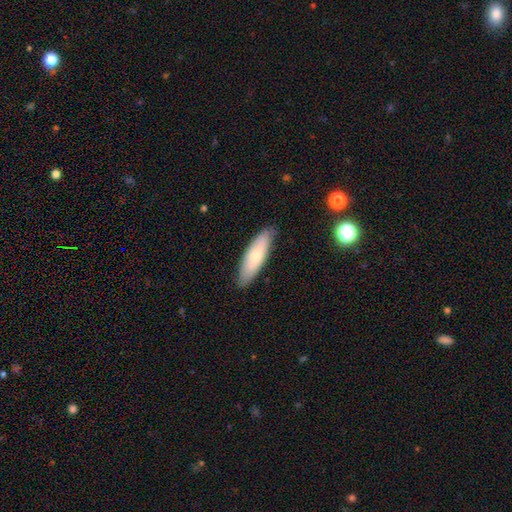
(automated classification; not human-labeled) This is likely a smooth galaxy (69%). How rounded: possibly in between (51%). Merging: clearly none (84%).